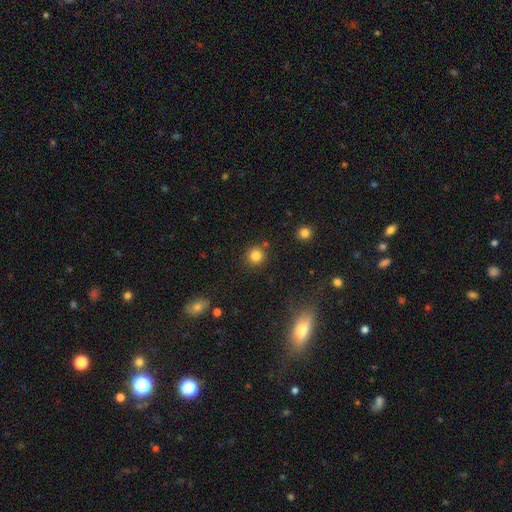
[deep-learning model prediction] Morphology: type=smooth (83%); roundness=round (93%); merging=none (85%).